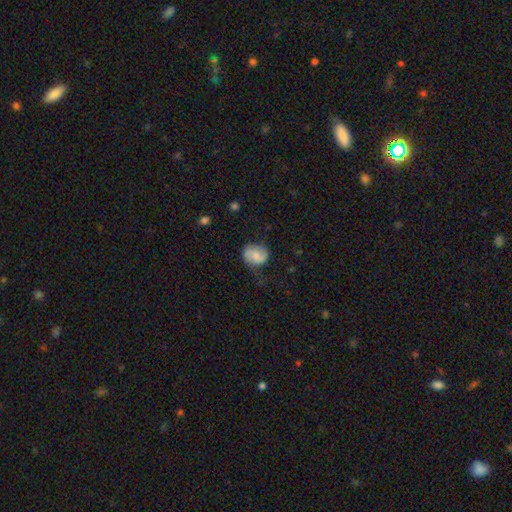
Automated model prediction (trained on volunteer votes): Overall: smooth (55%; featured or disk 37%). How rounded: round (60%; in between 39%). Merging: none (67%).